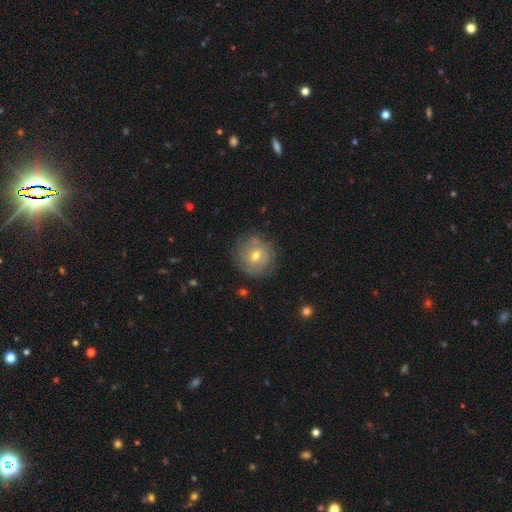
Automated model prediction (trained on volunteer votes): Smooth or featured? featured or disk (56%)
Edge-on disk? no (97%)
Bar? no (54%)
Spiral arms? yes (71%)
Bulge size? moderate (66%)
Merging? none (77%)